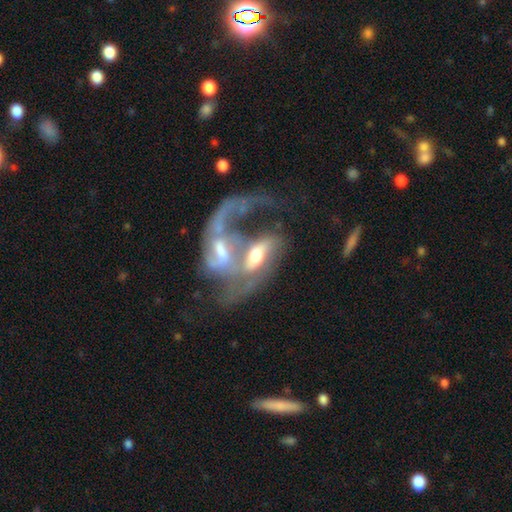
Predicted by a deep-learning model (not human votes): A featured or disk galaxy (67%) with no bar (42%), spiral arms (61%) and a moderate central bulge (52%). Merging: merger (70%).